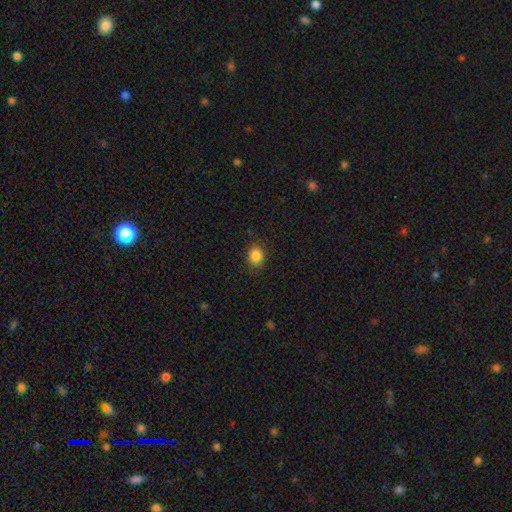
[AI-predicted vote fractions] Smooth or featured? Predicted: smooth (p=0.85). How rounded? Predicted: round (p=0.57). Merging? Predicted: none (p=0.86).